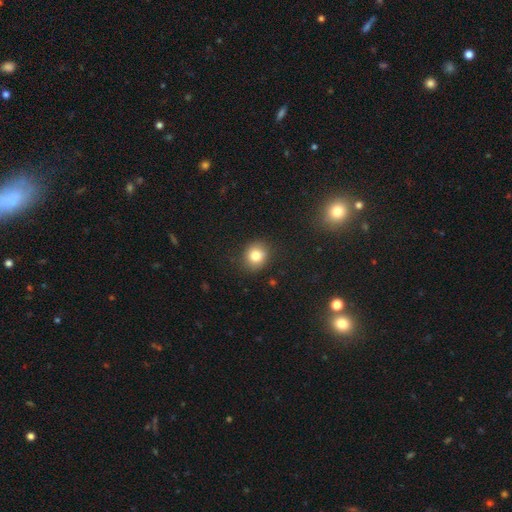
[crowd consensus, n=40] This is likely a smooth galaxy (78%). How rounded: likely round (71%). Merging: clearly none (89%).